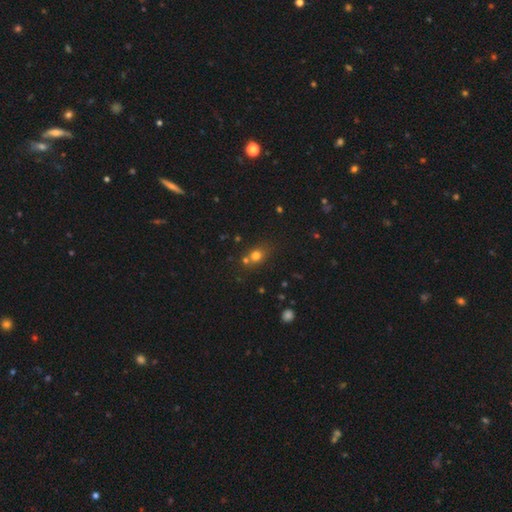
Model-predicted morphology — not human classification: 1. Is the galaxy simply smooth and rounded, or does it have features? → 65% smooth, 24% star or artifact, 11% featured or disk.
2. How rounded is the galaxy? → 72% round, 26% in between, 2% cigar-shaped.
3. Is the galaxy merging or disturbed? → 63% none, 22% merger, 11% minor disturbance, 4% major disturbance.